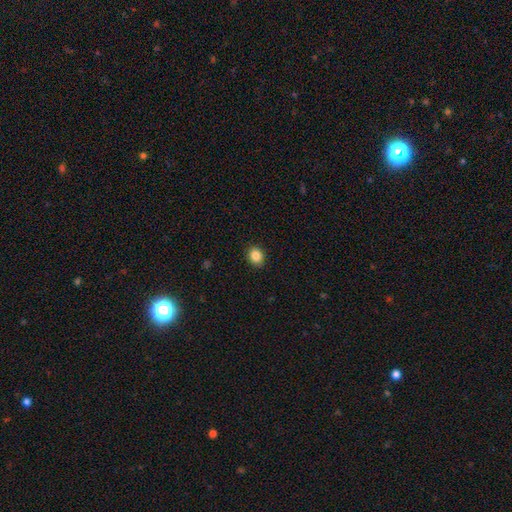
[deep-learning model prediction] Smooth or featured?
  - smooth: 85% *
  - star or artifact: 10%
  - featured or disk: 5%
How rounded?
  - round: 60% *
  - in between: 39%
  - cigar-shaped: 1%
Merging?
  - none: 90% *
  - minor disturbance: 7%
  - major disturbance: 2%
  - merger: 1%